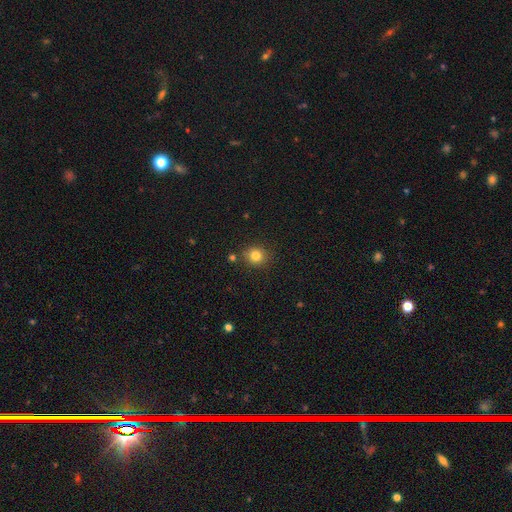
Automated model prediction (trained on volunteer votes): Smooth or featured?
  - smooth: 81% *
  - star or artifact: 13%
  - featured or disk: 7%
How rounded?
  - round: 86% *
  - in between: 13%
  - cigar-shaped: 1%
Merging?
  - none: 83% *
  - minor disturbance: 9%
  - merger: 5%
  - major disturbance: 2%